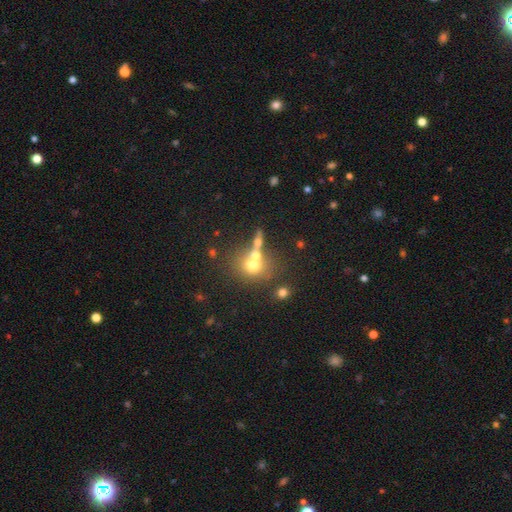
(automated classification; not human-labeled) smooth-or-featured: smooth: 63% | featured or disk: 23% | star or artifact: 14%
  how-rounded: round: 70% | in between: 27% | cigar-shaped: 3%
  merging: merger: 48% | none: 37% | minor disturbance: 9% | major disturbance: 6%